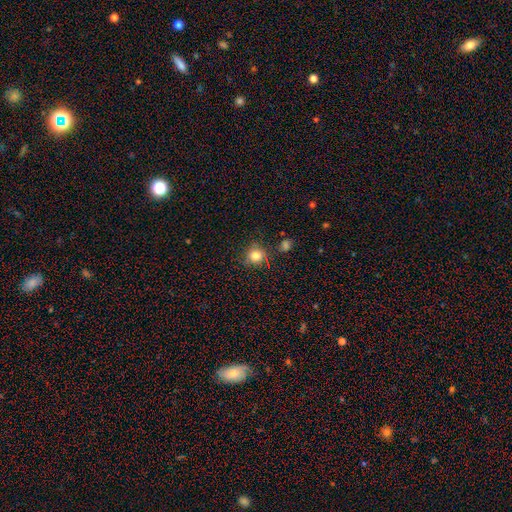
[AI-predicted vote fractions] This appears to be a smooth galaxy with no disk features (79%) that is round (87%). Merging: none (78%).